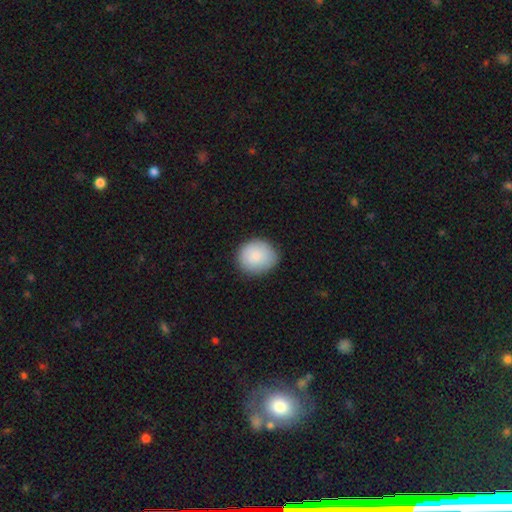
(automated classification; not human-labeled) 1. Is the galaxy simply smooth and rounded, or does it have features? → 85% smooth, 8% featured or disk, 7% star or artifact.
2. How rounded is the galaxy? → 84% round, 15% in between, 1% cigar-shaped.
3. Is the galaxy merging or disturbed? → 83% none, 13% minor disturbance, 3% major disturbance, 1% merger.